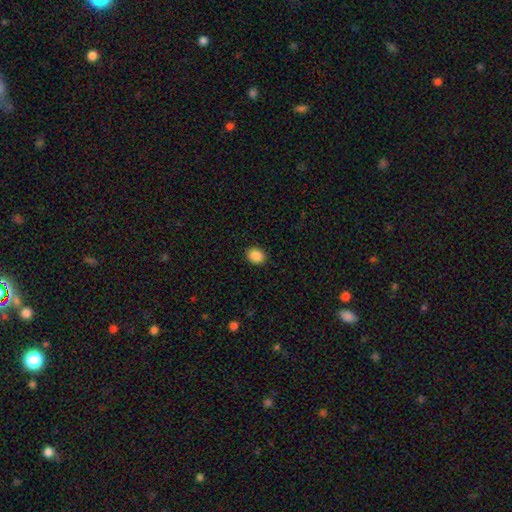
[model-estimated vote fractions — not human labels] Smooth or featured? Predicted: smooth (p=0.88). How rounded? Predicted: in between (p=0.55). Merging? Predicted: none (p=0.90).